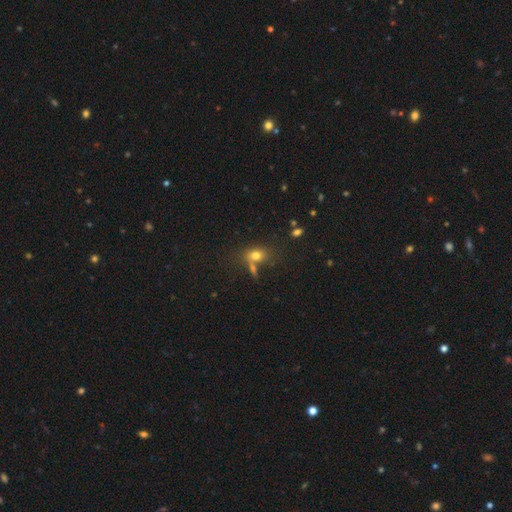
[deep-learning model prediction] Smooth or featured? Predicted: smooth (p=0.74). How rounded? Predicted: in between (p=0.68). Merging? Predicted: none (p=0.51).